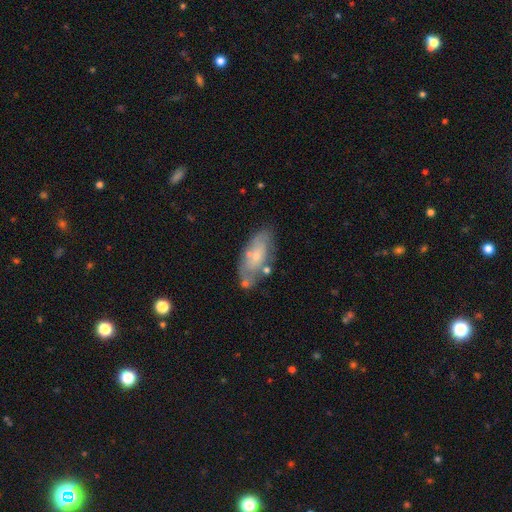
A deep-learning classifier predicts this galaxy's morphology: Smooth or featured: featured or disk — 49% (smooth — 44%)
Merging: none — 58% (minor disturbance — 24%)